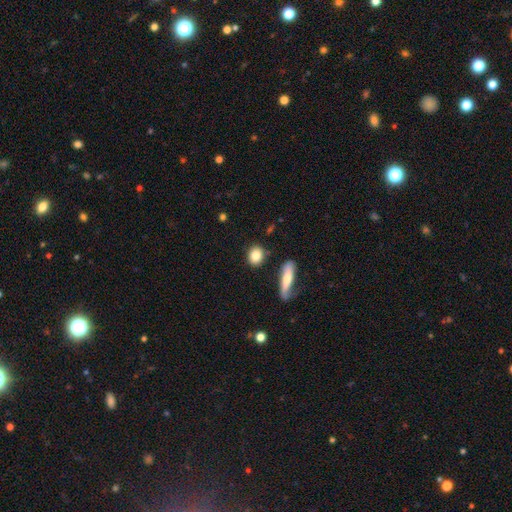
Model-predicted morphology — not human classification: smooth_or_featured: smooth (p=0.83) [alt: featured or disk p=0.09]
how_rounded: round (p=0.57) [alt: in between p=0.37]
merging: none (p=0.82) [alt: minor disturbance p=0.10]